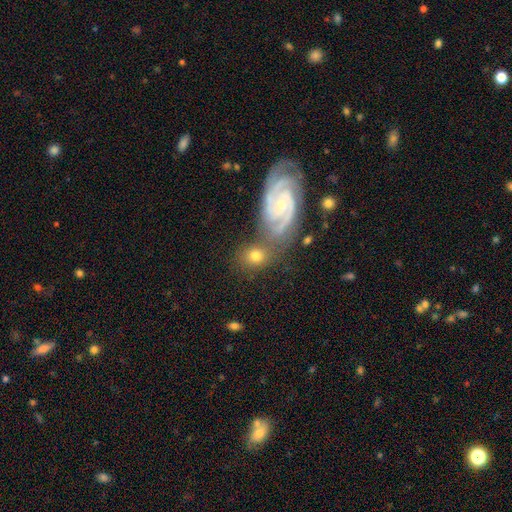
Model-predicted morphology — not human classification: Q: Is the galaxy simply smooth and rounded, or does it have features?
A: smooth — 49%.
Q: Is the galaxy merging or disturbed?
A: none — 58%.